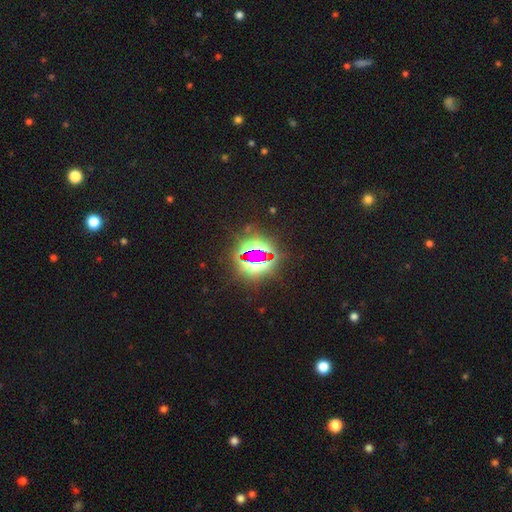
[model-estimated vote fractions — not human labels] Q: Smooth or featured?
A: star or artifact (78%); runner-up: smooth (12%)